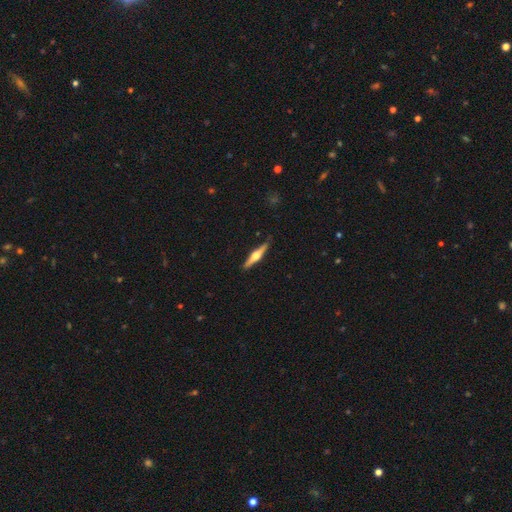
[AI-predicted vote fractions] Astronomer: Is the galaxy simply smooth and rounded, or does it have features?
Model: featured or disk — 71%.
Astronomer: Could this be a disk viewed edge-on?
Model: yes — 98%.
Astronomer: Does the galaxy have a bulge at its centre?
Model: rounded — 93%.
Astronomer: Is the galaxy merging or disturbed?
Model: none — 88%.